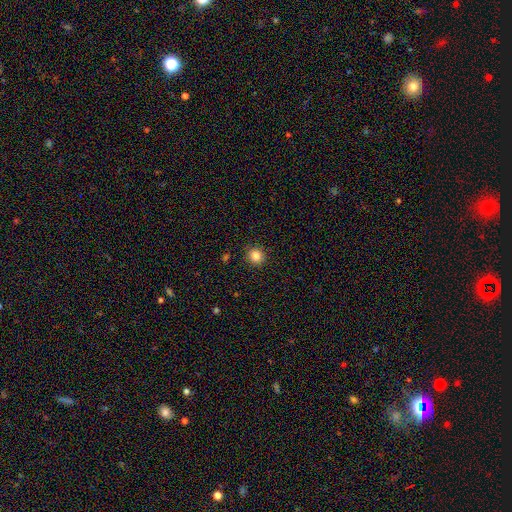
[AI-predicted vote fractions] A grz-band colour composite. It shows a smooth galaxy with no disk features (85%) that is round (91%). Merging: none (91%).